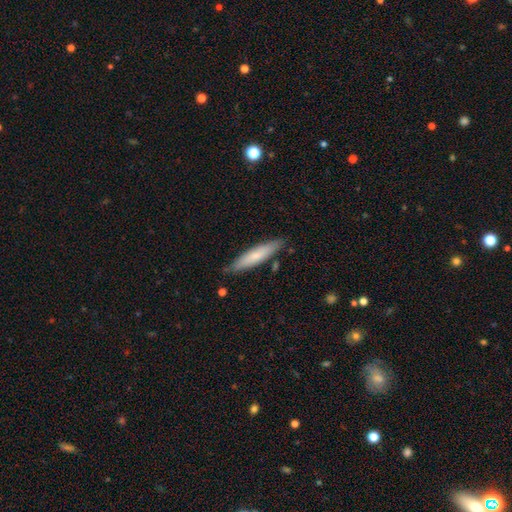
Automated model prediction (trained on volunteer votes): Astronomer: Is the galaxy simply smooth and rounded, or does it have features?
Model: smooth — 70%.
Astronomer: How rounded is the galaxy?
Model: cigar-shaped — 84%.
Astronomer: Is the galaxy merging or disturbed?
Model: none — 83%.